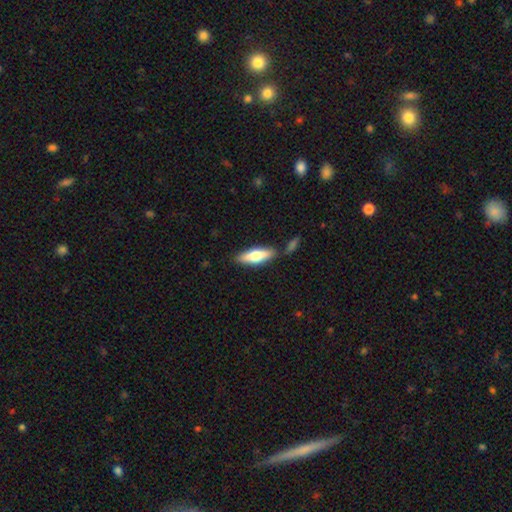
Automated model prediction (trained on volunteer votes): This is likely a smooth galaxy (61%). How rounded: possibly cigar-shaped (49%, tied with in between). Merging: likely none (77%).